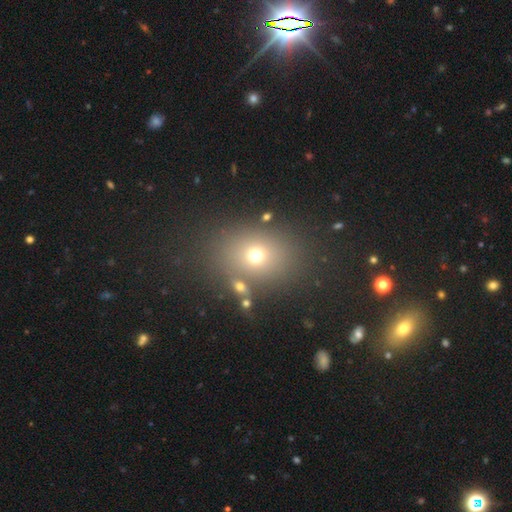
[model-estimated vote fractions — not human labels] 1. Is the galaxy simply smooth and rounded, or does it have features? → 68% smooth, 19% star or artifact, 13% featured or disk.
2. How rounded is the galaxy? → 52% round, 47% in between, 1% cigar-shaped.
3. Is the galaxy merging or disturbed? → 74% none, 11% minor disturbance, 9% merger, 6% major disturbance.